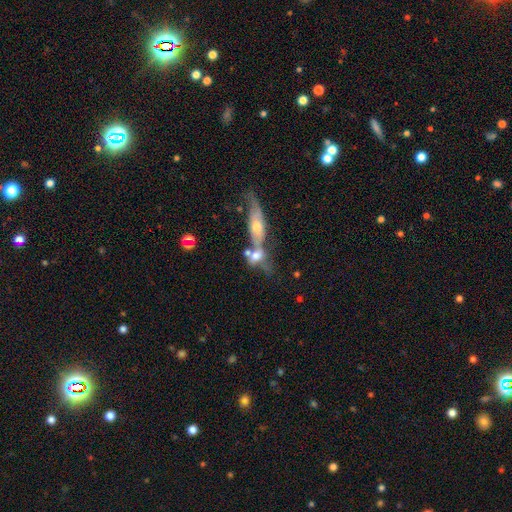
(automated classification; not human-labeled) Smooth or featured: smooth — 49% (featured or disk — 41%)
Merging: merger — 62% (none — 20%)